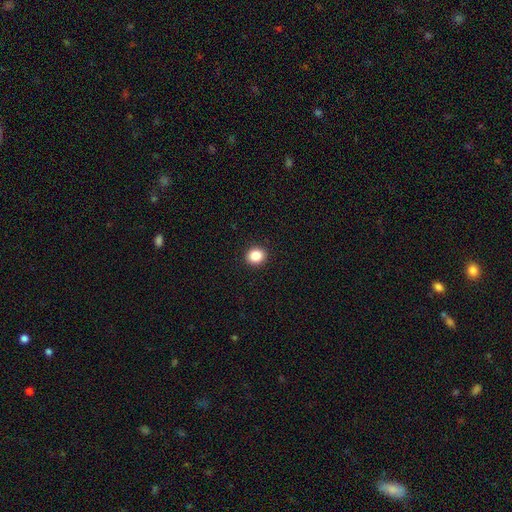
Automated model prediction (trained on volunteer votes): The model was most divided on "how rounded": round: 79%, in between: 20%, cigar-shaped: 1%. More confident: merging — none (92%); smooth or featured — smooth (86%).